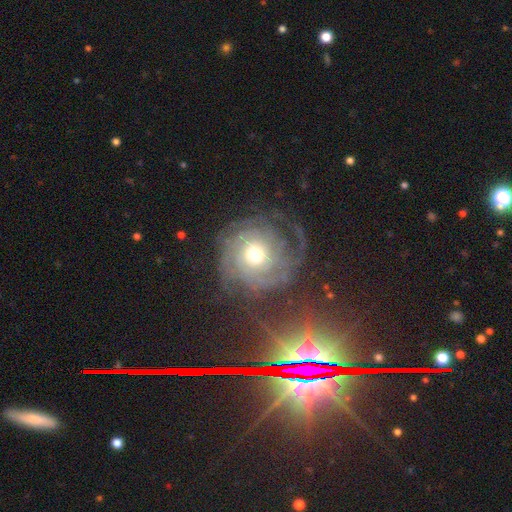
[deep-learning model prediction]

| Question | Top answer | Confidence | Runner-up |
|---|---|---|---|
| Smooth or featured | featured or disk | 78% | star or artifact (11%) |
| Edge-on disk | no | 97% | yes (3%) |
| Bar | no | 79% | weak (16%) |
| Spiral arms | yes | 92% | no (8%) |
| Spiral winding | tight | 68% | medium (23%) |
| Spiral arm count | can't tell | 38% | 3 (18%) |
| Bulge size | moderate | 71% | small (15%) |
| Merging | none | 65% | minor disturbance (16%) |